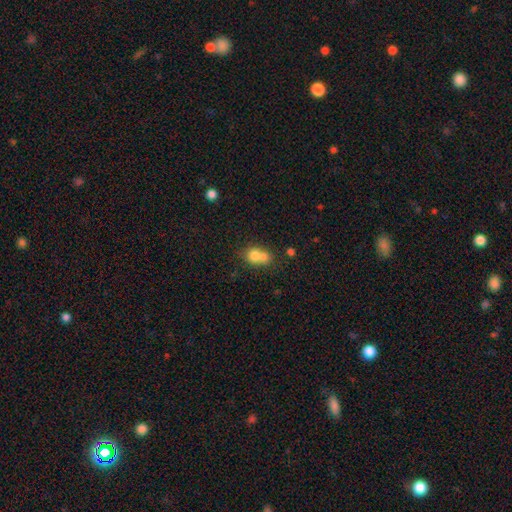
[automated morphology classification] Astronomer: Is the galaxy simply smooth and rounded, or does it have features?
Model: smooth — 73%.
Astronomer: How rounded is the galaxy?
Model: round — 65%.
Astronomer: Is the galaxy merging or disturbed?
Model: merger — 60%.